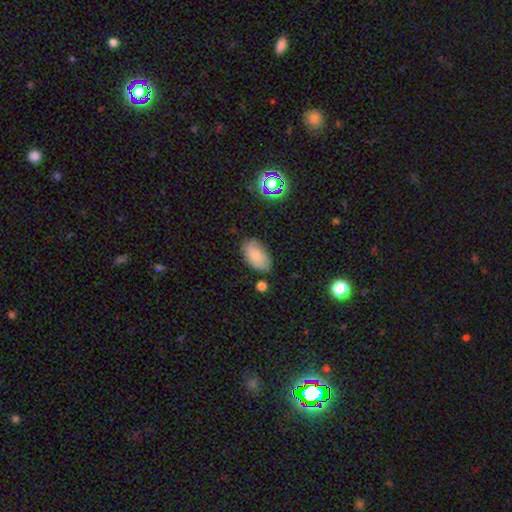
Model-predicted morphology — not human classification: This is clearly a smooth galaxy (82%). How rounded: clearly in between (94%). Merging: likely none (77%).